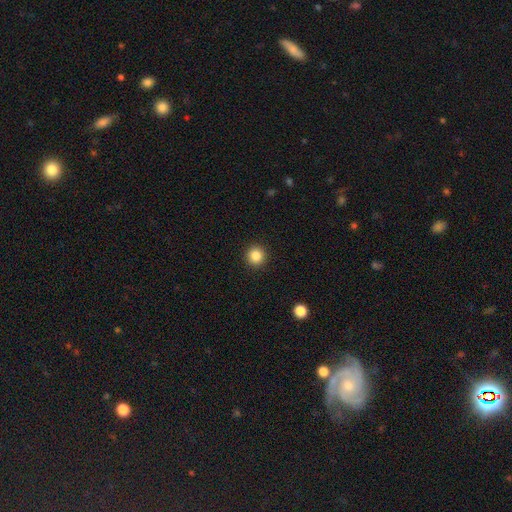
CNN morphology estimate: This is clearly a smooth galaxy (85%). How rounded: clearly round (95%). Merging: clearly none (93%).